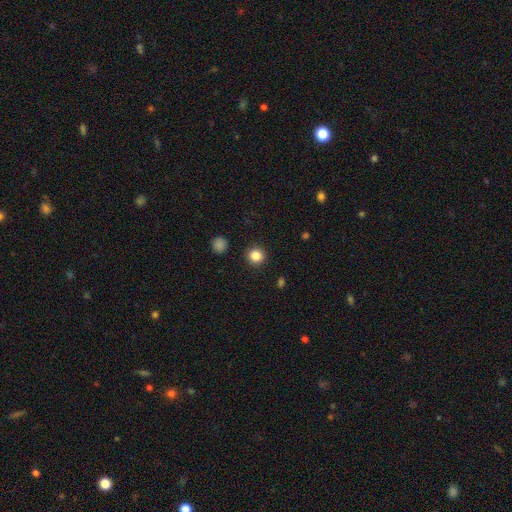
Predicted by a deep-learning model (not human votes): Q: Smooth or featured?
A: smooth (85%); runner-up: star or artifact (11%)
Q: How rounded?
A: round (93%); runner-up: in between (6%)
Q: Merging?
A: none (92%); runner-up: minor disturbance (5%)